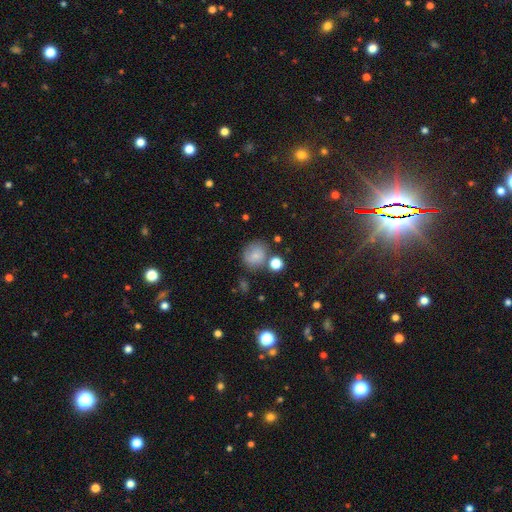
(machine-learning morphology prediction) Smooth or featured? Predicted: smooth (p=0.76). How rounded? Predicted: round (p=0.80). Merging? Predicted: none (p=0.69).